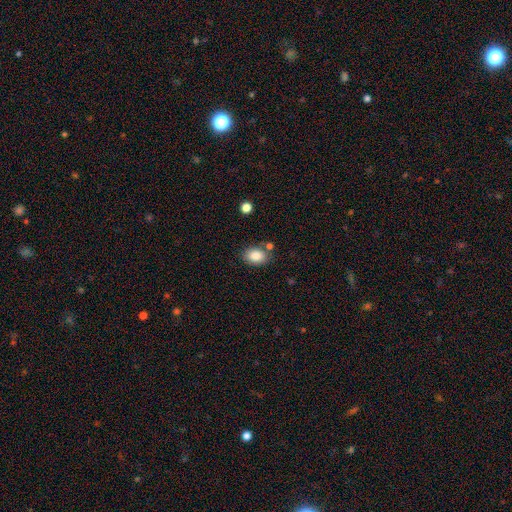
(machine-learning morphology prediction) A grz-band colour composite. It shows a smooth galaxy with no disk features (85%) that is in between round and cigar-shaped (78%). Merging: none (75%).